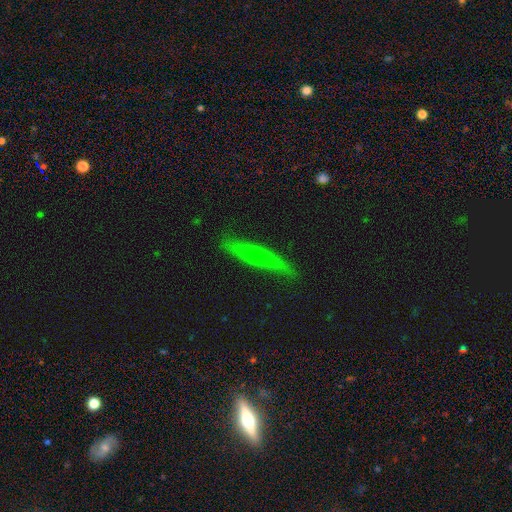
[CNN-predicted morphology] Overall: smooth (48%; featured or disk 44%). Merging: none (83%).